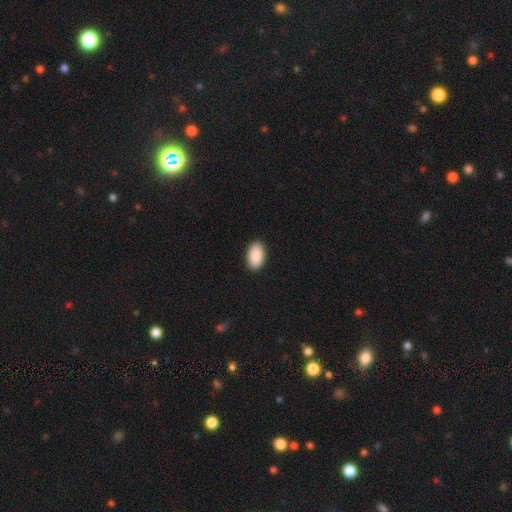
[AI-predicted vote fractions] Overall: smooth (91%). How rounded: in between (95%). Merging: none (91%).